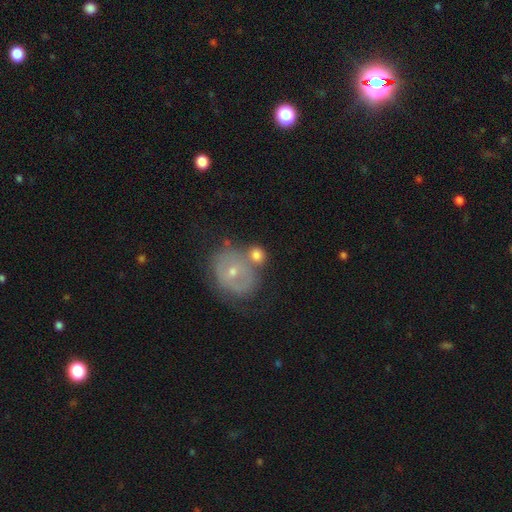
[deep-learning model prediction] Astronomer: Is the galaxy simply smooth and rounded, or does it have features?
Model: smooth — 53% (runner-up: featured or disk, 37%).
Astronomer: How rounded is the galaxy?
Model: round — 74%.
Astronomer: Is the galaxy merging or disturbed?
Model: none — 49% (runner-up: merger, 29%).